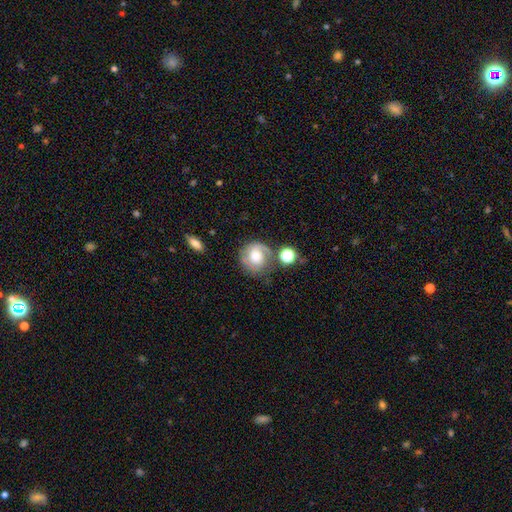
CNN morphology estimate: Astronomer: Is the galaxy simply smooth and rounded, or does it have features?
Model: featured or disk — 63%.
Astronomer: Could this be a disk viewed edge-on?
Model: no — 97%.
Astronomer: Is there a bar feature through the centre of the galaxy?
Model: no — 66%.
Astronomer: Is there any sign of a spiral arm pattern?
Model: yes — 89%.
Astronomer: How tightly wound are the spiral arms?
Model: tight — 49% (runner-up: medium, 37%).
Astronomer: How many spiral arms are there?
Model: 2 — 51% (runner-up: 1, 28%).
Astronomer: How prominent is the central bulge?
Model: moderate — 63%.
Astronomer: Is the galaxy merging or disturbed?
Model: none — 59%.